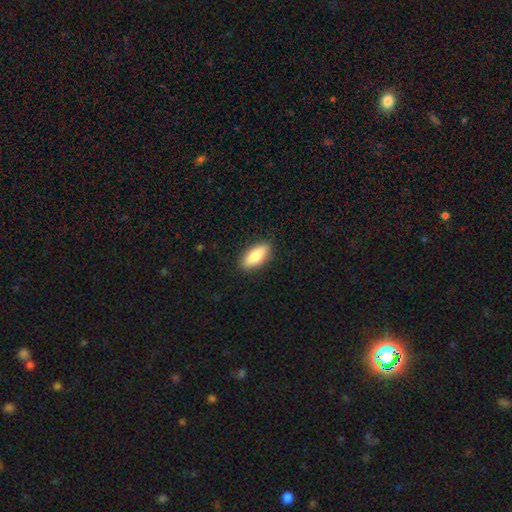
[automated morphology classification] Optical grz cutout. It shows a smooth galaxy with no disk features (86%) that is in between round and cigar-shaped (79%). Merging: none (88%).